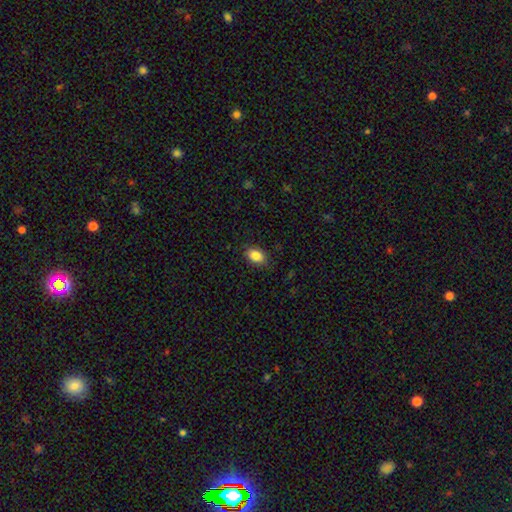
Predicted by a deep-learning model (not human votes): Smooth or featured? Predicted: smooth (p=0.87). How rounded? Predicted: in between (p=0.86). Merging? Predicted: none (p=0.86).